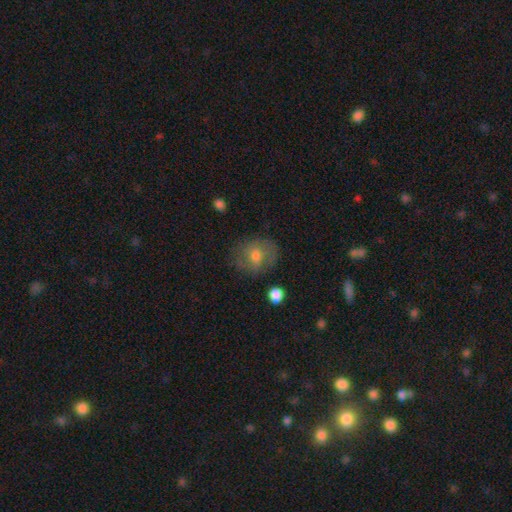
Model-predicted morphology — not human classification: This appears to be a smooth galaxy with no disk features (57%) that is round (65%). Merging: none (71%).